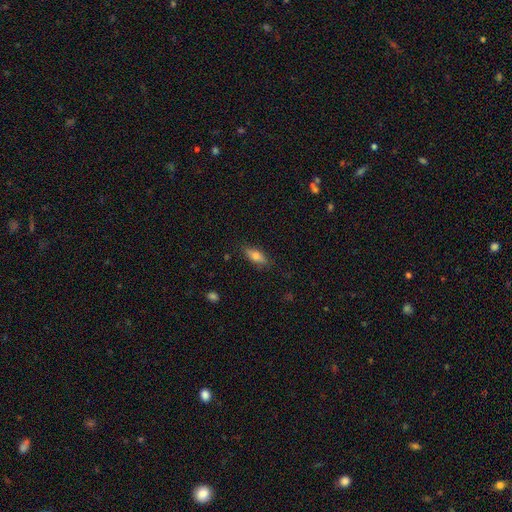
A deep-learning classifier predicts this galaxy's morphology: A smooth galaxy with no disk features (63%) that is in between round and cigar-shaped (61%).

Vote fractions:
- Smooth or featured? smooth: 63% / featured or disk: 30% / star or artifact: 8%
- How rounded? in between: 61% / cigar-shaped: 36% / round: 3%
- Merging? none: 82% / minor disturbance: 14% / major disturbance: 3% / merger: 1%